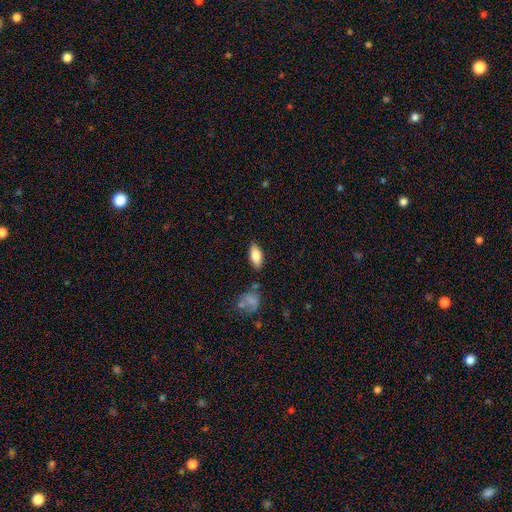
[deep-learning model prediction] Q: Smooth or featured?
A: smooth (78%); runner-up: featured or disk (15%)
Q: How rounded?
A: in between (83%); runner-up: cigar-shaped (15%)
Q: Merging?
A: none (81%); runner-up: minor disturbance (12%)